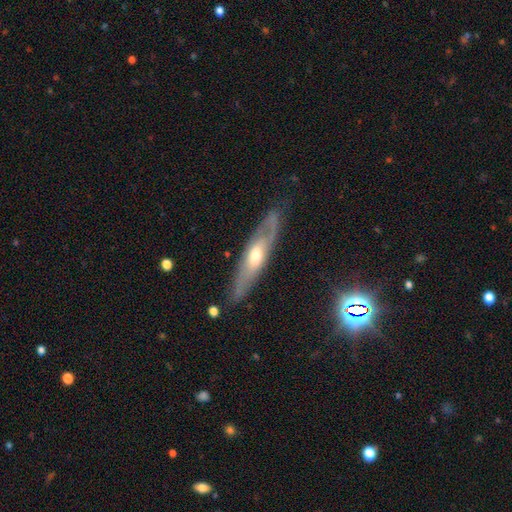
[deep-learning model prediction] Smooth or featured? Predicted: featured or disk (p=0.67). Edge-on disk? Predicted: no (p=0.52). Merging? Predicted: none (p=0.81).